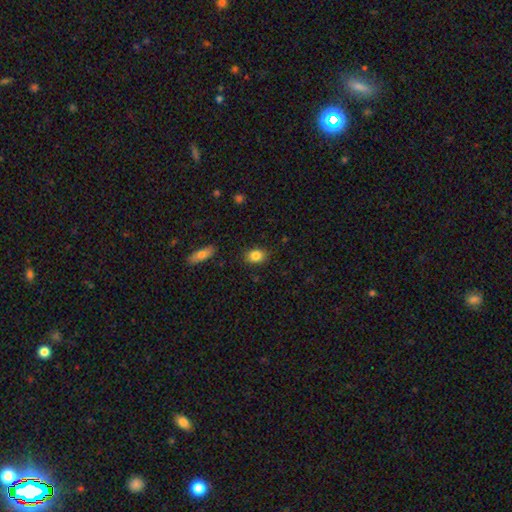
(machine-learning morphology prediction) This is clearly a smooth galaxy (85%). How rounded: likely in between (65%). Merging: clearly none (84%).